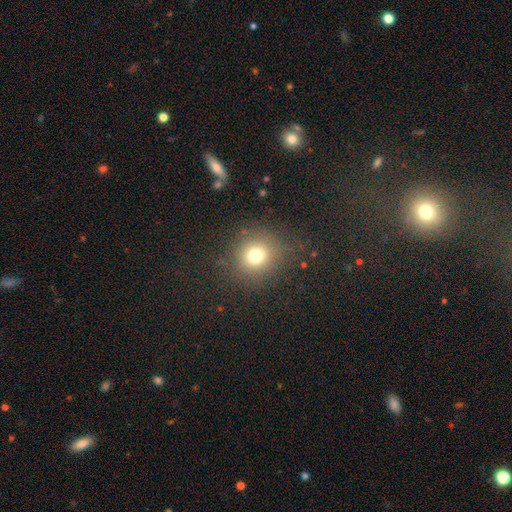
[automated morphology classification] Smooth or featured?
  - smooth: 74% *
  - star or artifact: 17%
  - featured or disk: 9%
How rounded?
  - round: 85% *
  - in between: 14%
  - cigar-shaped: 1%
Merging?
  - none: 83% *
  - minor disturbance: 9%
  - major disturbance: 6%
  - merger: 1%